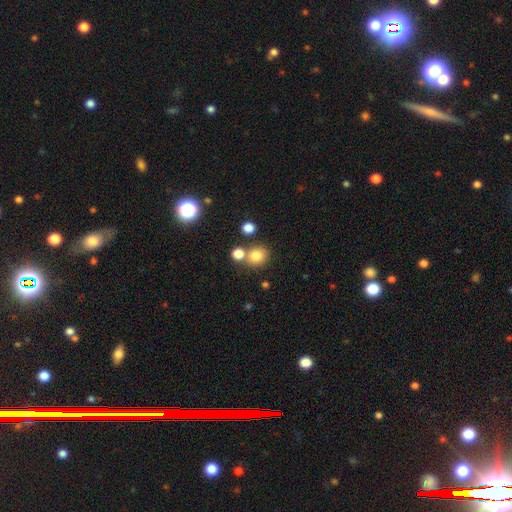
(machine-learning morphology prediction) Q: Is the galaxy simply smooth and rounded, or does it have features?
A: smooth — 80%.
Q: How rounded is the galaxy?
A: round — 77%.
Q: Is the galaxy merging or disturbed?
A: none — 64%.